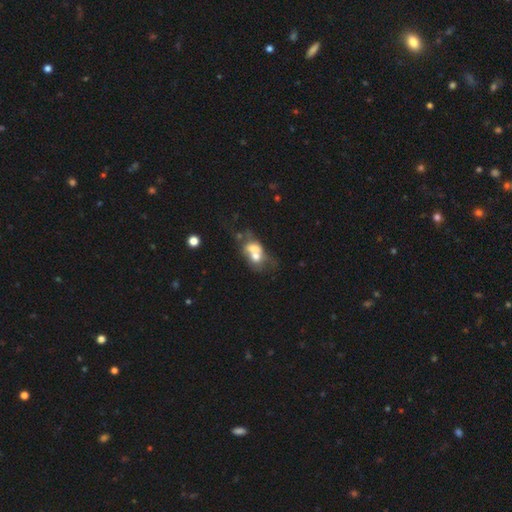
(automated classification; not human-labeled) Morphology: type=smooth (55%); roundness=in between (59%); merging=merger (68%).